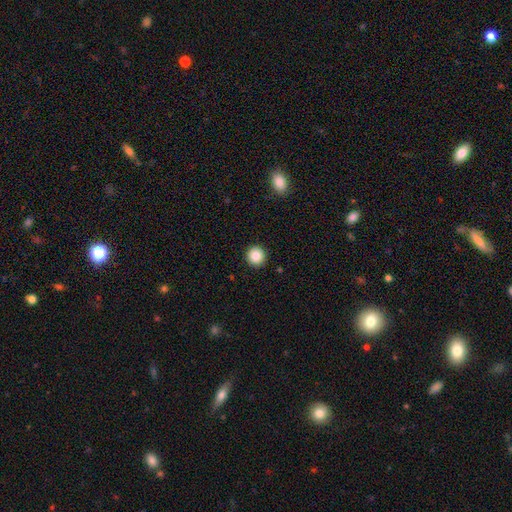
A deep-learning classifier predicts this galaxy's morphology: Q: Smooth or featured?
A: smooth (87%); runner-up: star or artifact (9%)
Q: How rounded?
A: round (94%); runner-up: in between (5%)
Q: Merging?
A: none (93%); runner-up: minor disturbance (4%)